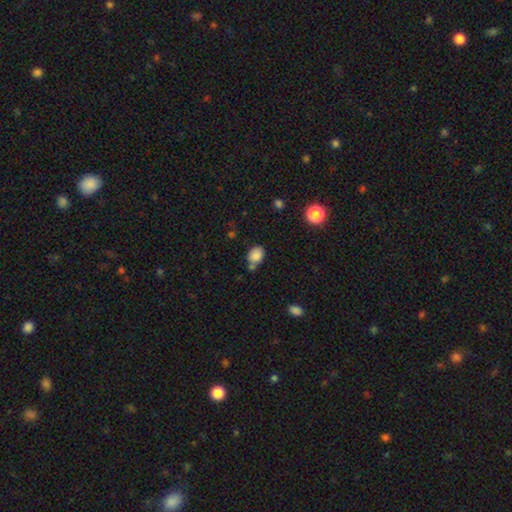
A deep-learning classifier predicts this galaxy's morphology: Q: Smooth or featured?
A: smooth (85%); runner-up: star or artifact (10%)
Q: How rounded?
A: in between (63%); runner-up: round (36%)
Q: Merging?
A: none (58%); runner-up: merger (19%)